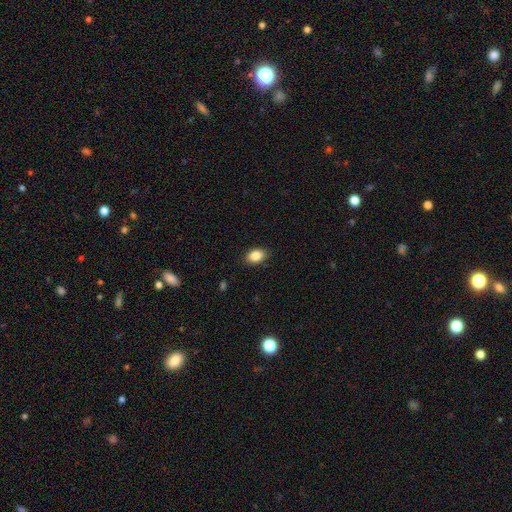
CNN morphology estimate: Smooth or featured?
  - smooth: 86% *
  - star or artifact: 8%
  - featured or disk: 6%
How rounded?
  - in between: 81% *
  - round: 18%
  - cigar-shaped: 1%
Merging?
  - none: 86% *
  - minor disturbance: 10%
  - major disturbance: 2%
  - merger: 1%